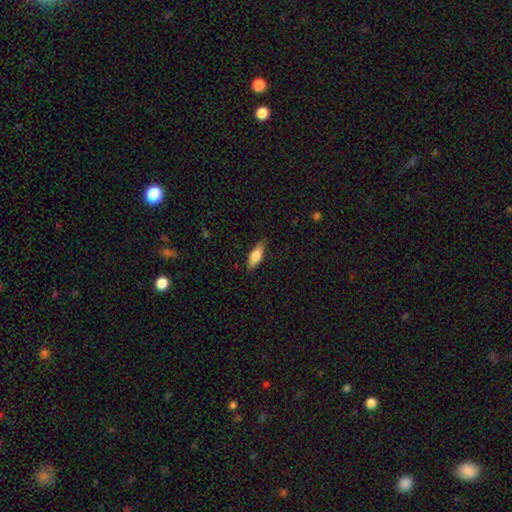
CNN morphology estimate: Q: Smooth or featured?
A: smooth (74%); runner-up: featured or disk (19%)
Q: How rounded?
A: in between (69%); runner-up: cigar-shaped (29%)
Q: Merging?
A: none (82%); runner-up: minor disturbance (14%)